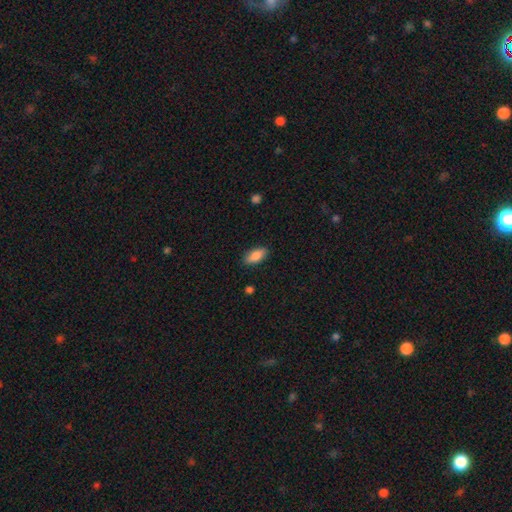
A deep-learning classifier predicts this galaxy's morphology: smooth_or_featured: smooth (p=0.86) [alt: featured or disk p=0.08]
how_rounded: in between (p=0.86) [alt: cigar-shaped p=0.11]
merging: none (p=0.87) [alt: minor disturbance p=0.10]